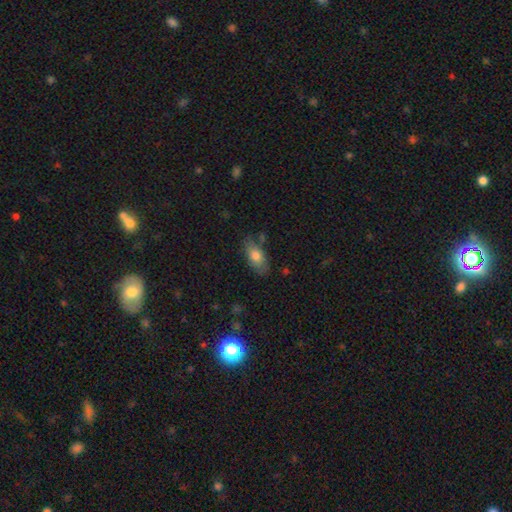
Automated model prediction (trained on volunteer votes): A smooth galaxy with no disk features (75%) that is in between round and cigar-shaped (88%).

Vote fractions:
- Smooth or featured? smooth: 75% / featured or disk: 18% / star or artifact: 7%
- How rounded? in between: 88% / cigar-shaped: 8% / round: 4%
- Merging? none: 71% / minor disturbance: 20% / major disturbance: 5% / merger: 4%